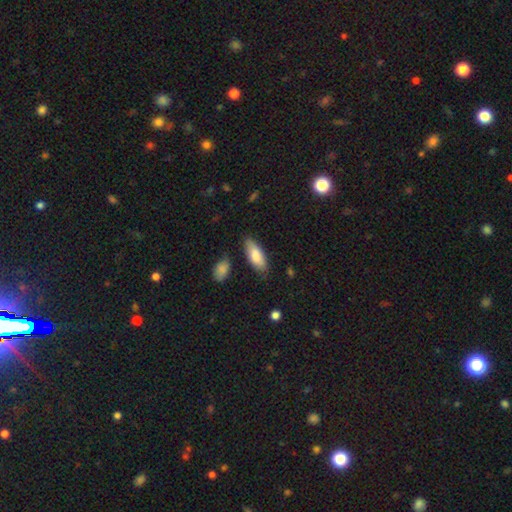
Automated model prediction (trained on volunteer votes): A smooth galaxy with no disk features (83%) that is in between round and cigar-shaped (77%). Merging: none (80%).